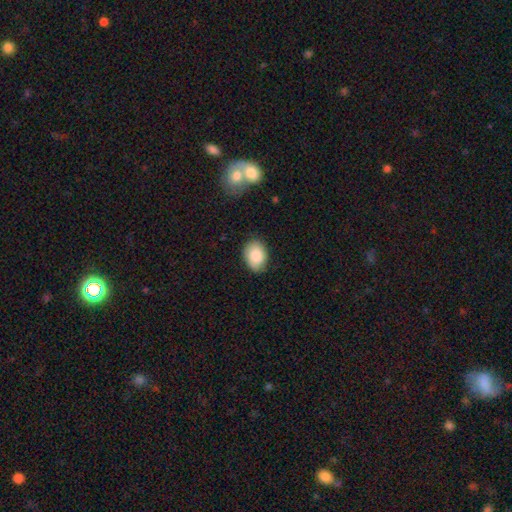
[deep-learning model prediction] smooth-or-featured: smooth: 85% | featured or disk: 8% | star or artifact: 7%
  how-rounded: in between: 78% | round: 21% | cigar-shaped: 1%
  merging: none: 79% | minor disturbance: 17% | major disturbance: 3% | merger: 1%